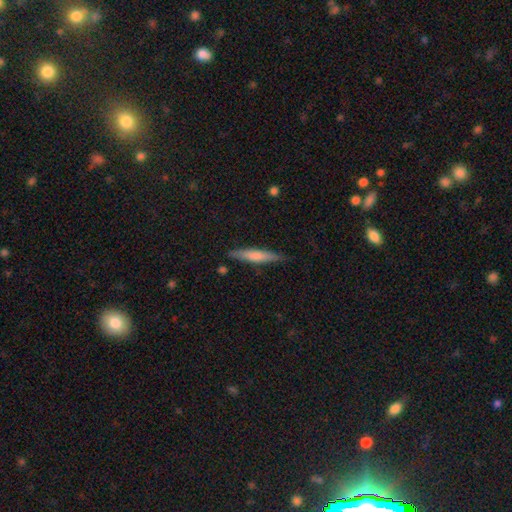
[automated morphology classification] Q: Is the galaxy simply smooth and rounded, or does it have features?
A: smooth — 63%.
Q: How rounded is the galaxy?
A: cigar-shaped — 91%.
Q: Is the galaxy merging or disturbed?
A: none — 85%.